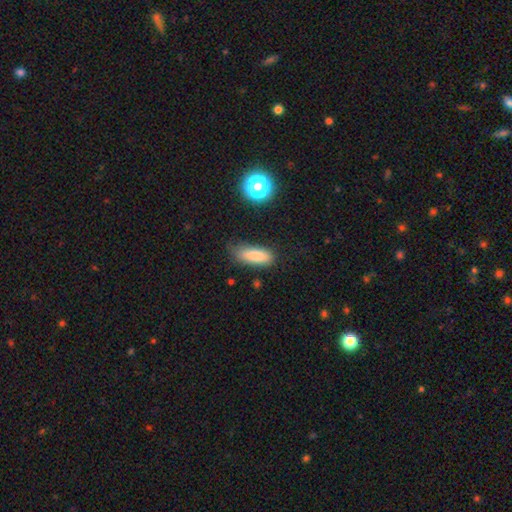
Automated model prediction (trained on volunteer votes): This is clearly a smooth galaxy (84%). How rounded: likely in between (66%). Merging: likely none (68%).